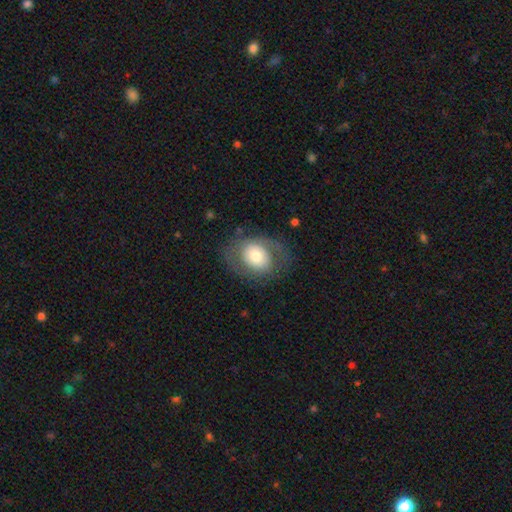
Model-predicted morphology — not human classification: A smooth galaxy with no disk features (53%) that is in between round and cigar-shaped (53%). Merging: none (69%).